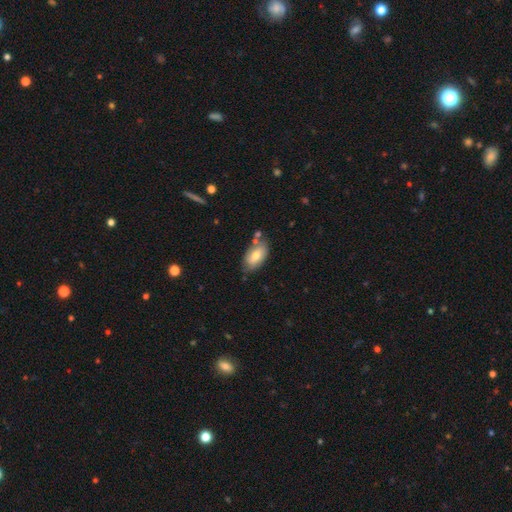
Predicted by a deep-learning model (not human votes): Smooth or featured: smooth — 71% (featured or disk — 23%)
How rounded: in between — 93% (round — 5%)
Merging: none — 67% (minor disturbance — 19%)